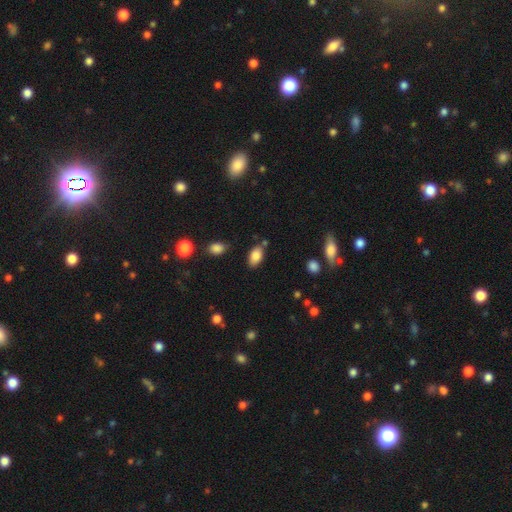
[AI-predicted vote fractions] Overall: smooth (84%). How rounded: in between (91%). Merging: none (75%).